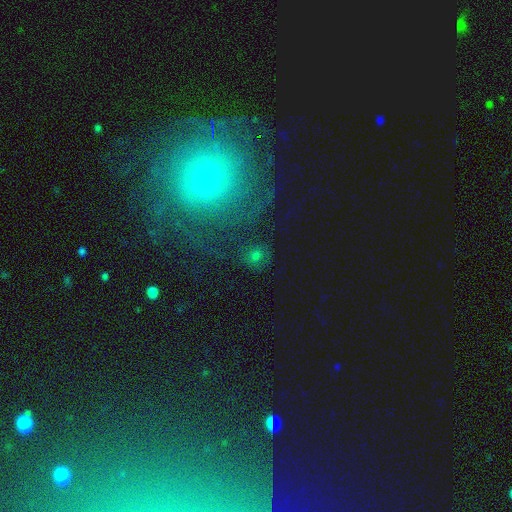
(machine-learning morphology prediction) The model was most divided on "smooth or featured": smooth: 52%, star or artifact: 32%, featured or disk: 16%. More confident: how rounded — round (85%); merging — none (78%).